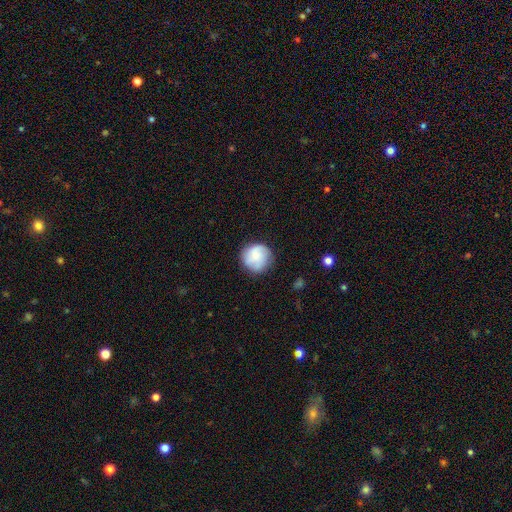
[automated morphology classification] Smooth or featured: smooth — 62% (featured or disk — 31%)
How rounded: round — 92% (in between — 7%)
Merging: none — 77% (minor disturbance — 17%)